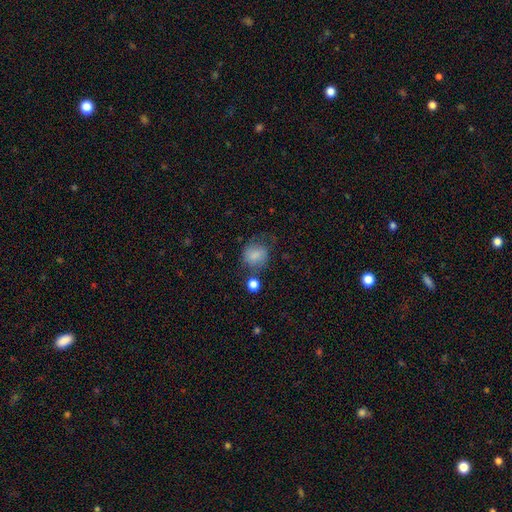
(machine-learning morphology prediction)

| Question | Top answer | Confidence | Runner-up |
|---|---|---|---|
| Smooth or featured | smooth | 76% | featured or disk (14%) |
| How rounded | round | 73% | in between (26%) |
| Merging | none | 56% | minor disturbance (23%) |